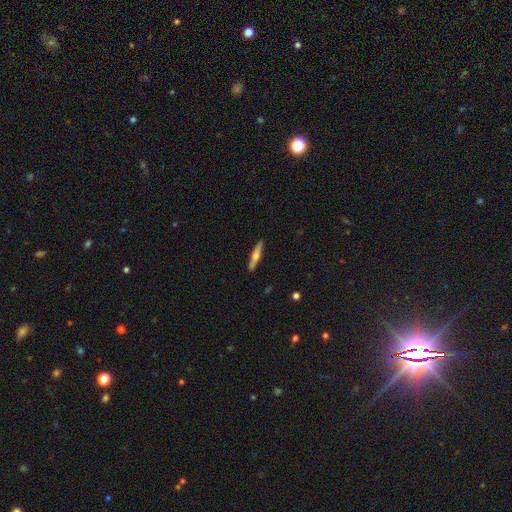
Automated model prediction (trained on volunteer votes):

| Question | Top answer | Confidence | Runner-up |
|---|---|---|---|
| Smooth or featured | featured or disk | 51% | smooth (43%) |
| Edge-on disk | yes | 95% | no (5%) |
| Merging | none | 90% | minor disturbance (8%) |